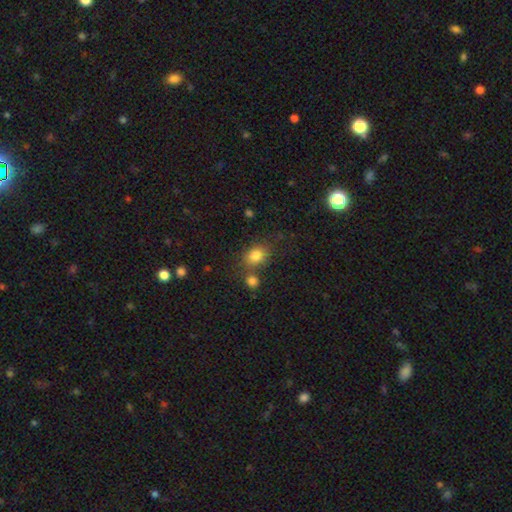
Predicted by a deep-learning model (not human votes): Q: Smooth or featured?
A: smooth (81%); runner-up: star or artifact (12%)
Q: How rounded?
A: in between (52%); runner-up: round (47%)
Q: Merging?
A: none (61%); runner-up: merger (21%)